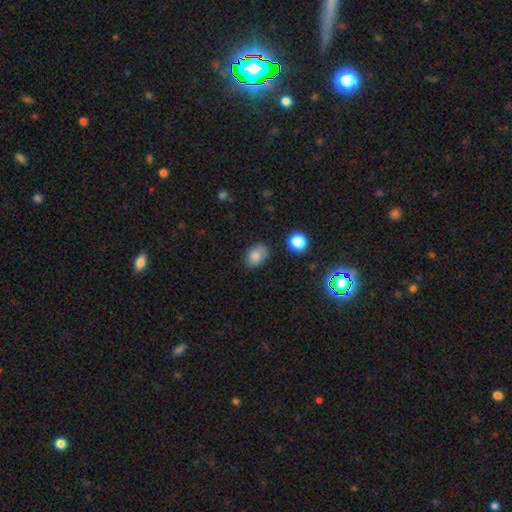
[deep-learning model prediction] smooth-or-featured: smooth: 83% | star or artifact: 10% | featured or disk: 7%
  how-rounded: in between: 81% | round: 18% | cigar-shaped: 1%
  merging: none: 76% | minor disturbance: 18% | major disturbance: 4% | merger: 3%